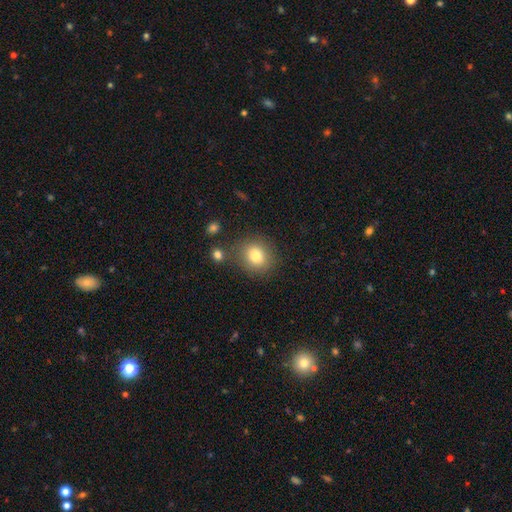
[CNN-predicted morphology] Q: Smooth or featured?
A: smooth (80%); runner-up: star or artifact (11%)
Q: How rounded?
A: round (79%); runner-up: in between (20%)
Q: Merging?
A: none (80%); runner-up: minor disturbance (11%)